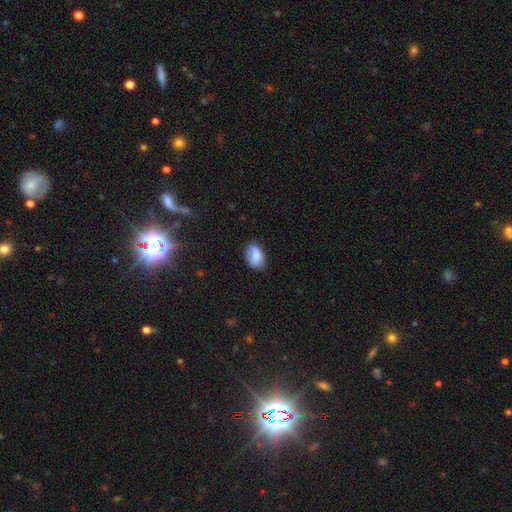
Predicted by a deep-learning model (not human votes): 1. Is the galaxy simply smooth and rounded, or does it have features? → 82% smooth, 11% featured or disk, 8% star or artifact.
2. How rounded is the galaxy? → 88% in between, 10% round, 1% cigar-shaped.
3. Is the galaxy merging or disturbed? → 71% none, 23% minor disturbance, 4% major disturbance, 2% merger.